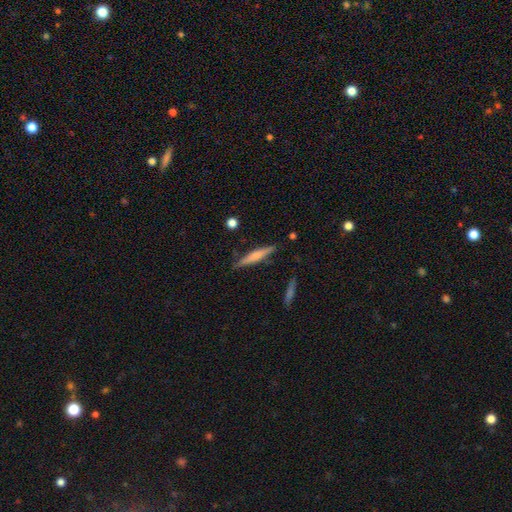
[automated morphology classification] A smooth galaxy with no disk features (52%) that is cigar-shaped (91%). Merging: none (85%).